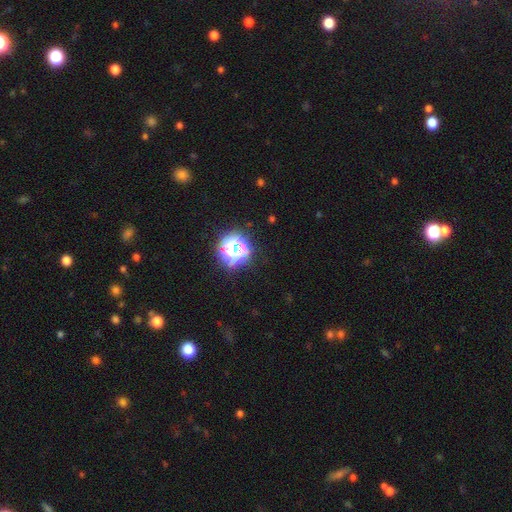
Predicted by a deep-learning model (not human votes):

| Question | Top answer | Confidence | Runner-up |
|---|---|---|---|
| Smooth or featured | star or artifact | 78% | smooth (15%) |